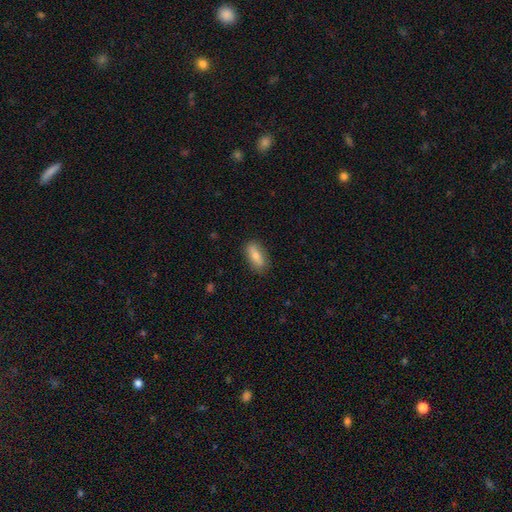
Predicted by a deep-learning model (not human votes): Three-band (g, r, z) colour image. It shows a smooth galaxy with no disk features (76%) that is in between round and cigar-shaped (76%). Merging: none (84%).